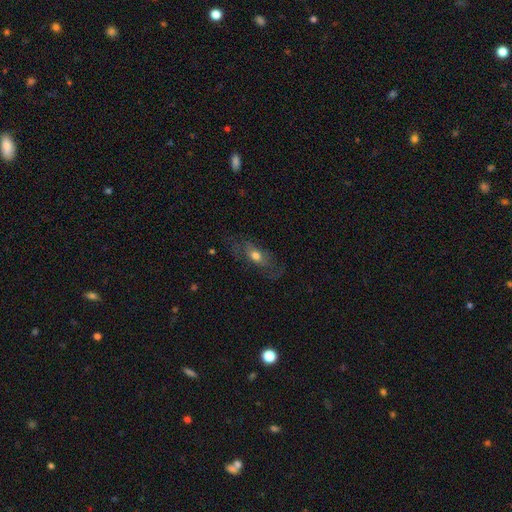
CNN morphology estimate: smooth_or_featured: smooth (p=0.52) [alt: featured or disk p=0.38]
how_rounded: in between (p=0.67) [alt: cigar-shaped p=0.24]
merging: none (p=0.61) [alt: minor disturbance p=0.21]